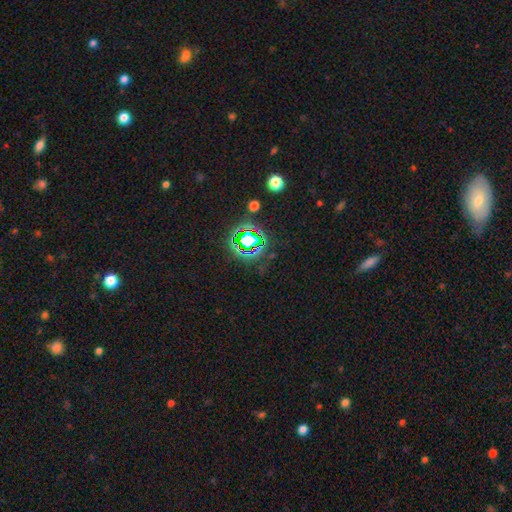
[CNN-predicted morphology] The model was most divided on "smooth or featured": star or artifact: 78%, smooth: 13%, featured or disk: 9%.